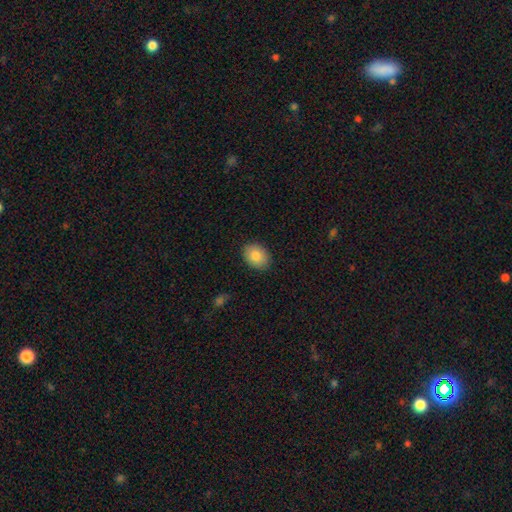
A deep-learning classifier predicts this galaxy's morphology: type=smooth (84%); roundness=in between (69%); merging=none (88%).